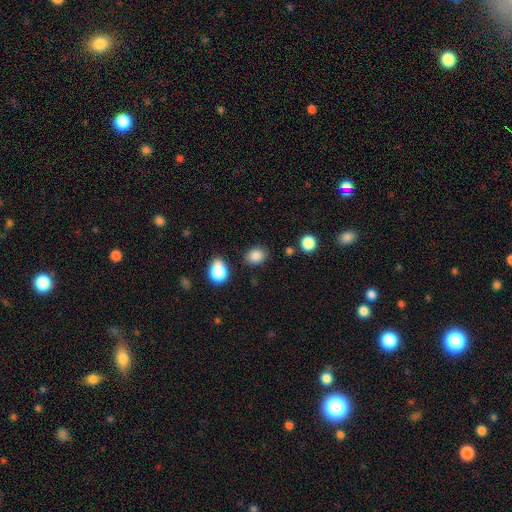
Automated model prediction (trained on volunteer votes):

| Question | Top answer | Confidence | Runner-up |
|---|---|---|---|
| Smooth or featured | smooth | 85% | star or artifact (10%) |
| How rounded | in between | 57% | round (42%) |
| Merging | none | 82% | minor disturbance (11%) |